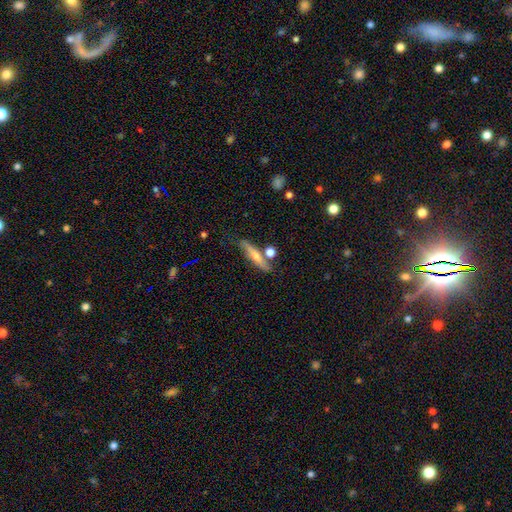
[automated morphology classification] smooth-or-featured: featured or disk: 51% | smooth: 42% | star or artifact: 8%
  disk-edge-on: yes: 85% | no: 15%
  merging: none: 68% | minor disturbance: 18% | merger: 9% | major disturbance: 5%